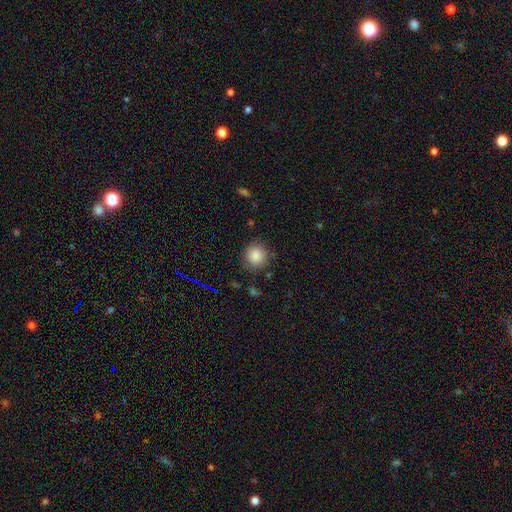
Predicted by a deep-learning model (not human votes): smooth-or-featured: smooth: 86% | star or artifact: 10% | featured or disk: 4%
  how-rounded: round: 90% | in between: 9% | cigar-shaped: 1%
  merging: none: 85% | minor disturbance: 10% | major disturbance: 3% | merger: 2%